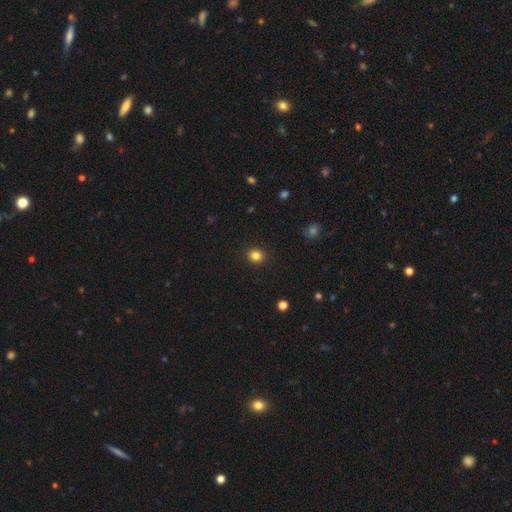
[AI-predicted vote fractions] Overall: smooth (84%). How rounded: round (78%). Merging: none (91%).